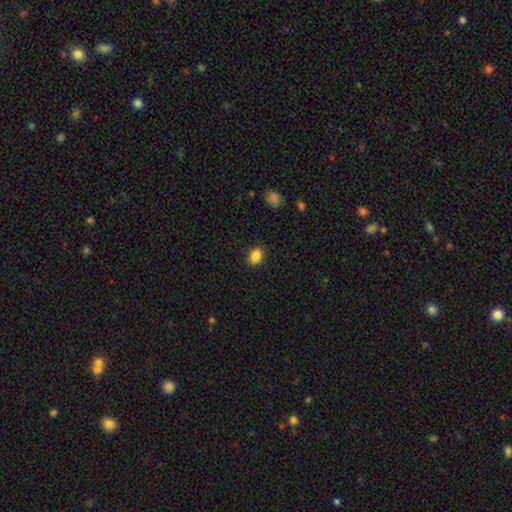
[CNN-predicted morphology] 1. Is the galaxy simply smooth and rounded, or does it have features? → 85% smooth, 10% star or artifact, 5% featured or disk.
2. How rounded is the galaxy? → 63% in between, 36% round, 1% cigar-shaped.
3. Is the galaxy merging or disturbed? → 87% none, 10% minor disturbance, 2% major disturbance, 1% merger.